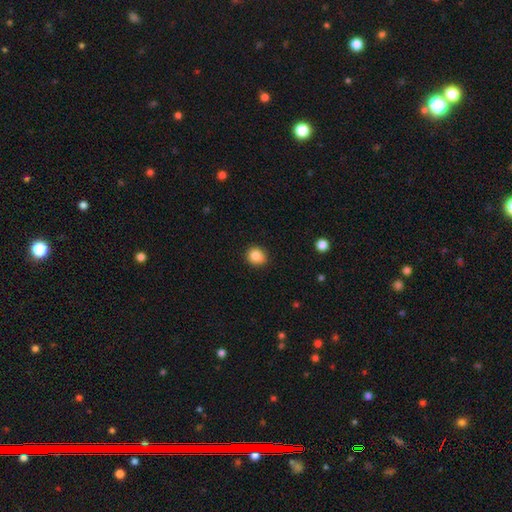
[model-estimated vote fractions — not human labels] Q: Smooth or featured?
A: smooth (86%); runner-up: star or artifact (10%)
Q: How rounded?
A: round (82%); runner-up: in between (17%)
Q: Merging?
A: none (89%); runner-up: minor disturbance (8%)